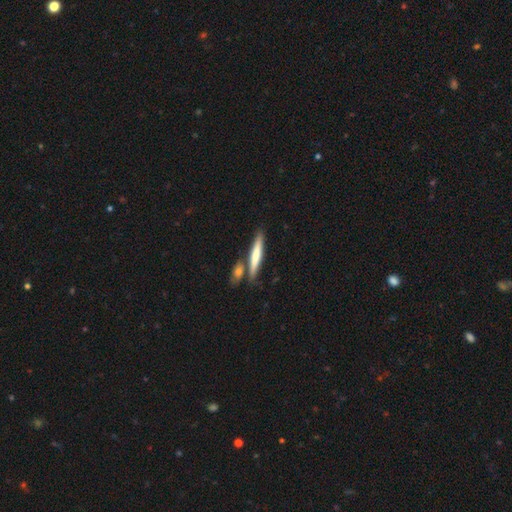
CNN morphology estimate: Smooth or featured? smooth (62%)
How rounded? cigar-shaped (91%)
Merging? none (70%)